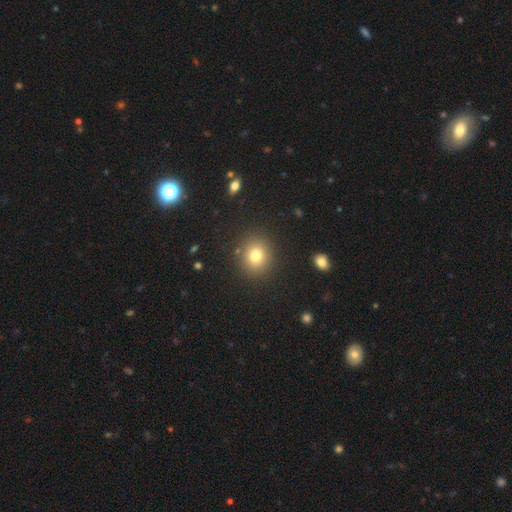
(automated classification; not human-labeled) Smooth or featured? Predicted: smooth (p=0.78). How rounded? Predicted: round (p=0.80). Merging? Predicted: none (p=0.88).